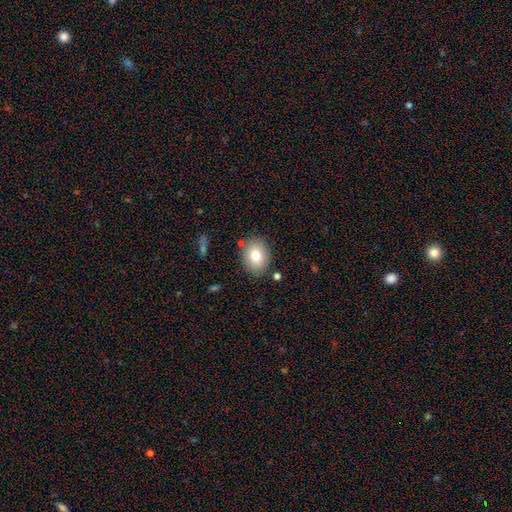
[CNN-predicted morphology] Smooth or featured? Predicted: smooth (p=0.78). How rounded? Predicted: in between (p=0.56). Merging? Predicted: none (p=0.84).